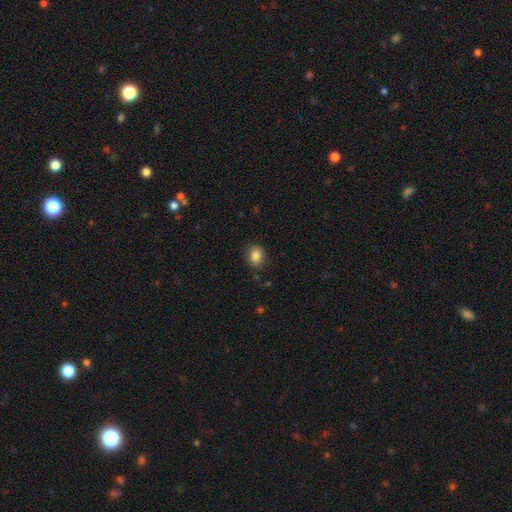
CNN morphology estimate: Smooth or featured? Predicted: smooth (p=0.85). How rounded? Predicted: in between (p=0.60). Merging? Predicted: none (p=0.85).